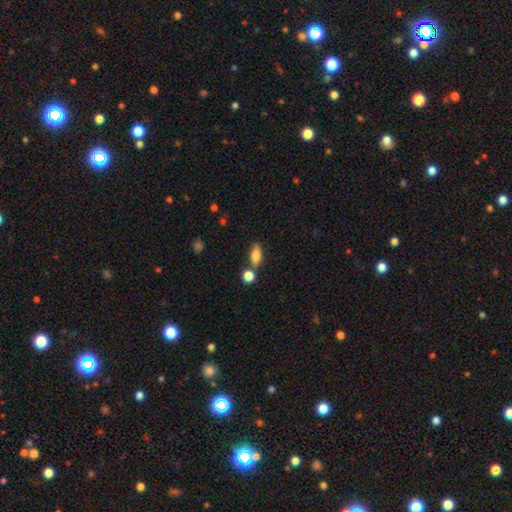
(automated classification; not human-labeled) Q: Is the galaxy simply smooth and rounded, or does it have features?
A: smooth — 79%.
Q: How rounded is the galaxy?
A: in between — 79%.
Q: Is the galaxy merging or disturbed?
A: none — 68%.